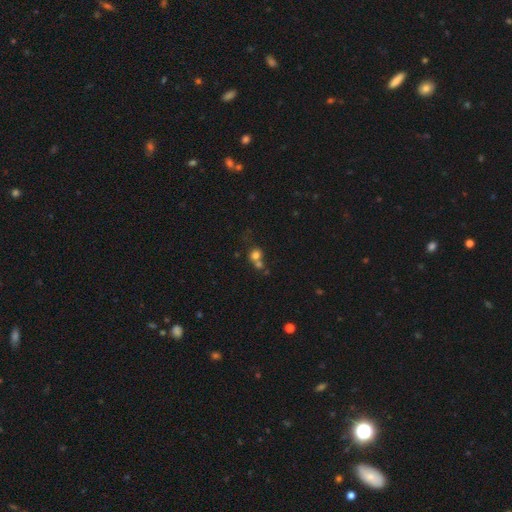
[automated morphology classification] type=smooth (72%); roundness=round (79%); merging=merger (52%).